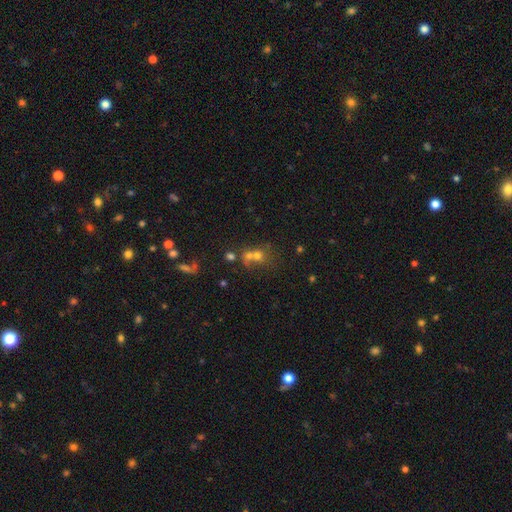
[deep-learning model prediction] Smooth or featured? smooth (53%)
How rounded? round (75%)
Merging? merger (50%)